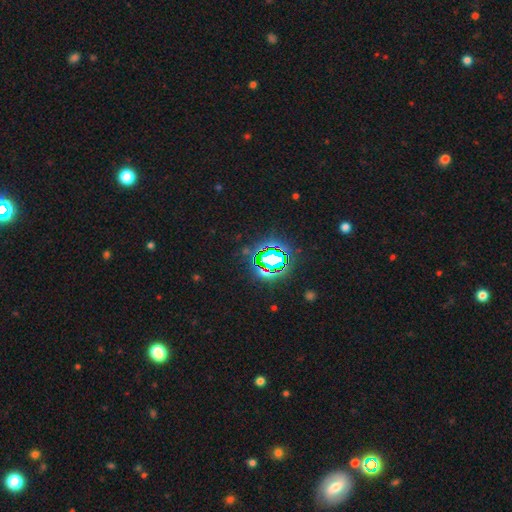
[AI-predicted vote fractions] star or artifact 83%, smooth 11%, featured or disk 7%.